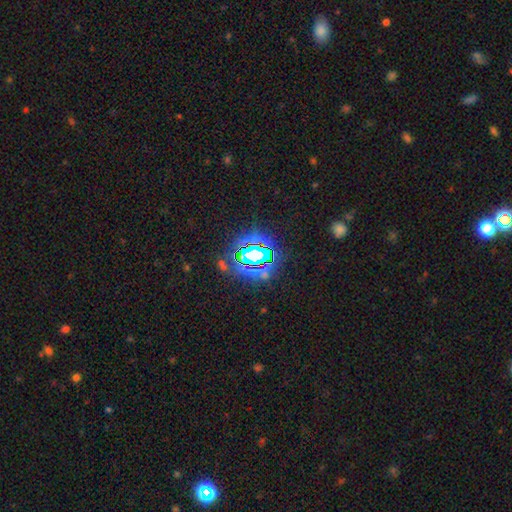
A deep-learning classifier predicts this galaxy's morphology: This appears to be a star or artifact, not a galaxy (77%).